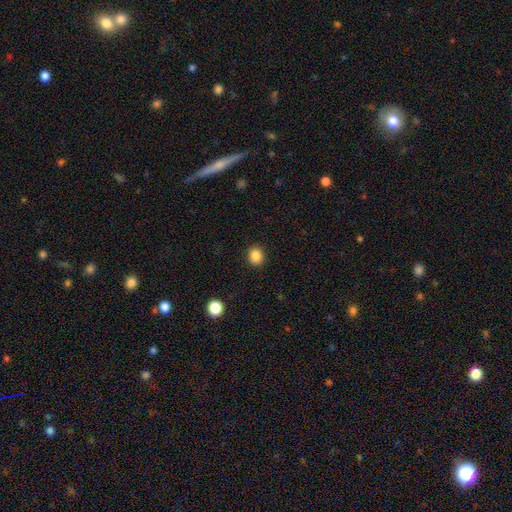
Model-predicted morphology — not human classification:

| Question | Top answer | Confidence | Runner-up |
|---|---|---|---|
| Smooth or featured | smooth | 86% | star or artifact (10%) |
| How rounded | round | 71% | in between (28%) |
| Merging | none | 90% | minor disturbance (7%) |